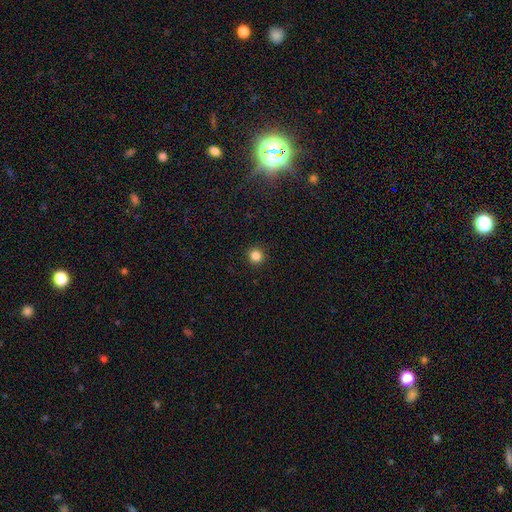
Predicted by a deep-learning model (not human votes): The model was most divided on "smooth or featured": smooth: 84%, star or artifact: 12%, featured or disk: 3%. More confident: how rounded — round (95%); merging — none (92%).